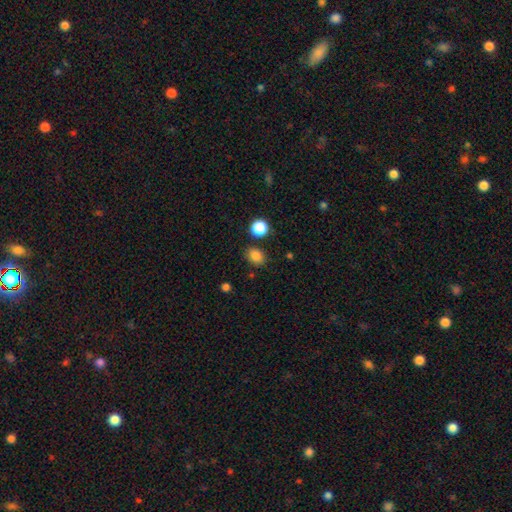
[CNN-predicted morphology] The model was most divided on "how rounded": round: 51%, in between: 48%, cigar-shaped: 1%. More confident: smooth or featured — smooth (84%); merging — none (82%).